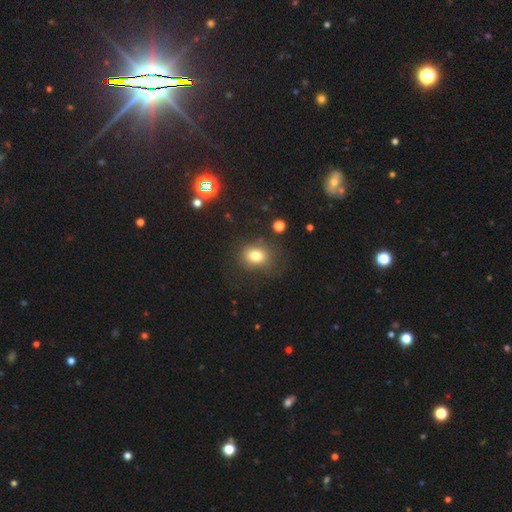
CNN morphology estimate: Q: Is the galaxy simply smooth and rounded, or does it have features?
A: smooth — 77%.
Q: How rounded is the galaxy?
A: round — 57%.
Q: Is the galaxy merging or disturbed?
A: none — 72%.